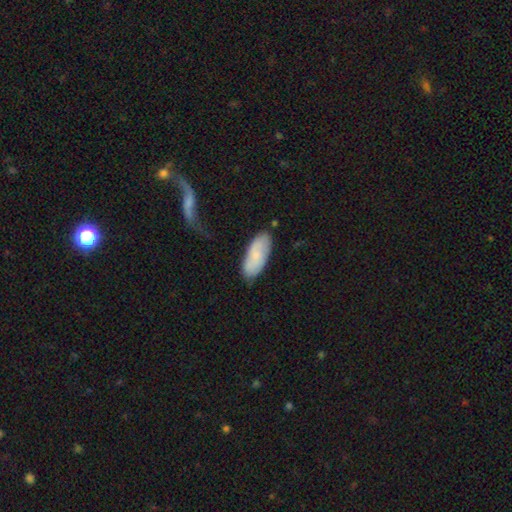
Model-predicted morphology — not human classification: The model was most divided on "smooth or featured": smooth: 71%, featured or disk: 23%, star or artifact: 6%. More confident: how rounded — in between (84%); merging — none (70%).